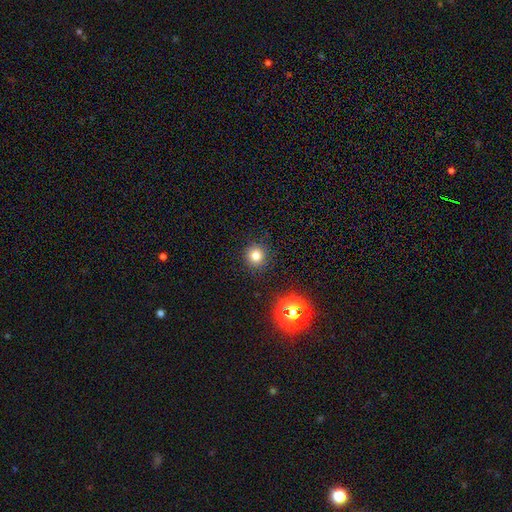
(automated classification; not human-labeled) smooth_or_featured: smooth (p=0.78) [alt: star or artifact p=0.16]
how_rounded: round (p=0.94) [alt: in between p=0.05]
merging: none (p=0.91) [alt: minor disturbance p=0.05]